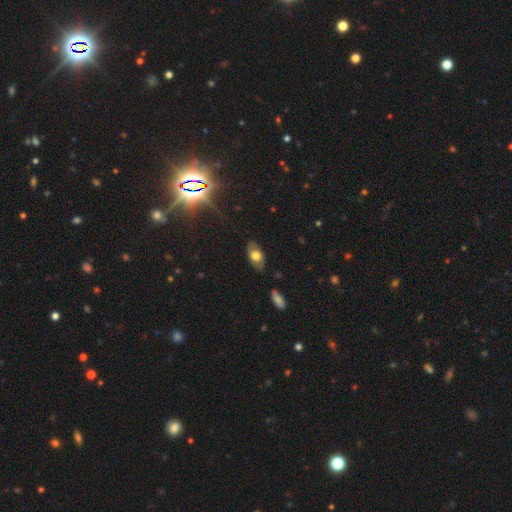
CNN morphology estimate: A smooth galaxy with no disk features (63%) that is in between round and cigar-shaped (91%). Merging: none (80%).